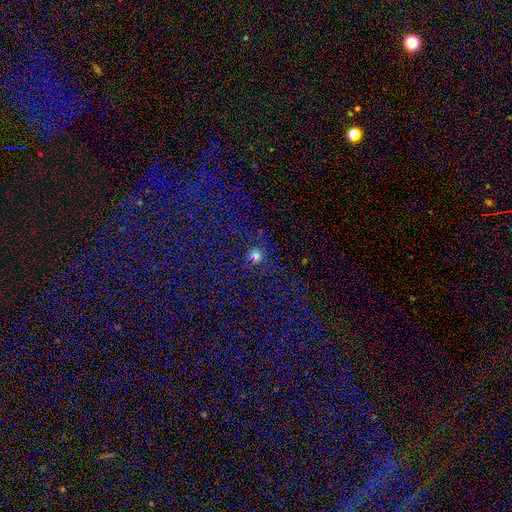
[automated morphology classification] A smooth galaxy with no disk features (50%) that is round (82%).

Vote fractions:
- Smooth or featured? smooth: 50% / star or artifact: 39% / featured or disk: 11%
- How rounded? round: 82% / in between: 16% / cigar-shaped: 2%
- Merging? none: 76% / minor disturbance: 13% / major disturbance: 7% / merger: 4%